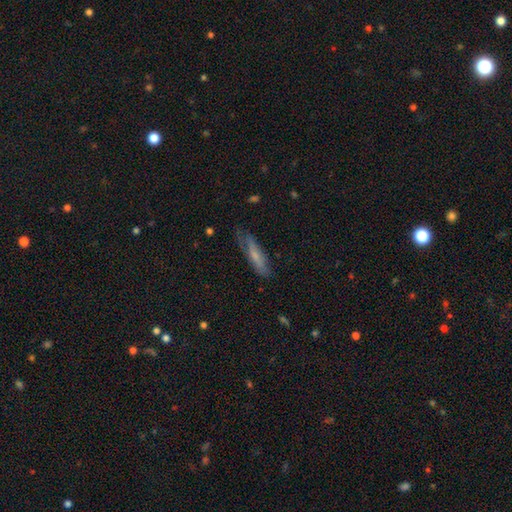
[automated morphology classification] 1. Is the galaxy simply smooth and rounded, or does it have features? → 53% smooth, 40% featured or disk, 7% star or artifact.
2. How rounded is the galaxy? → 73% cigar-shaped, 25% in between, 2% round.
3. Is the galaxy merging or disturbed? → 67% none, 24% minor disturbance, 7% major disturbance, 2% merger.